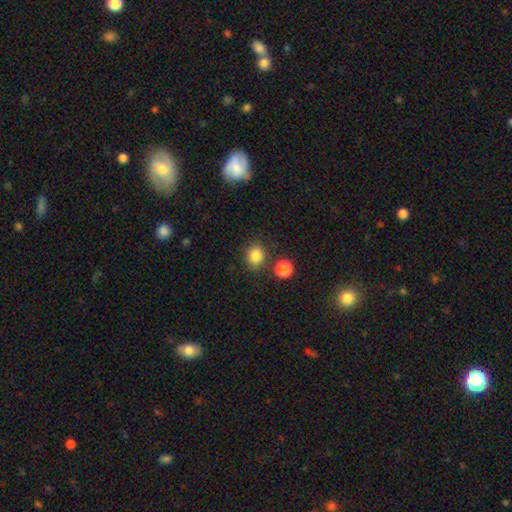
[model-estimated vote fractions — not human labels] Morphology: type=smooth (84%); roundness=round (76%); merging=none (80%).